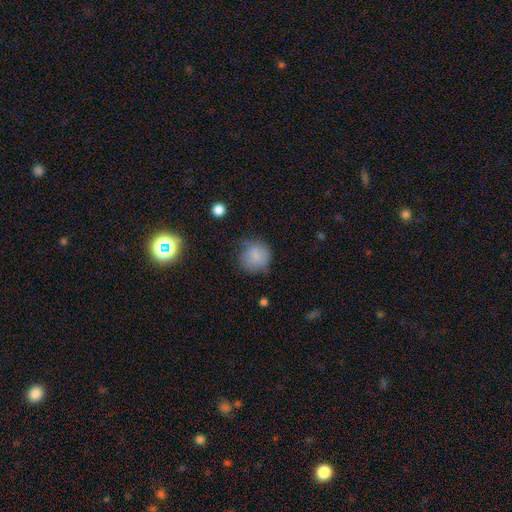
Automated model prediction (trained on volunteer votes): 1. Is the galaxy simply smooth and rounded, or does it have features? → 82% smooth, 9% star or artifact, 9% featured or disk.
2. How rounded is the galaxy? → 87% round, 12% in between, 1% cigar-shaped.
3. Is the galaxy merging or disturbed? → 60% none, 28% minor disturbance, 9% major disturbance, 2% merger.